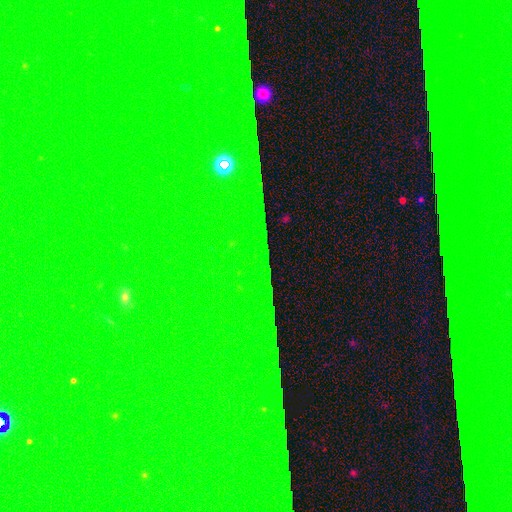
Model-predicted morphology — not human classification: This is clearly a star or artifact rather than a galaxy (85%).